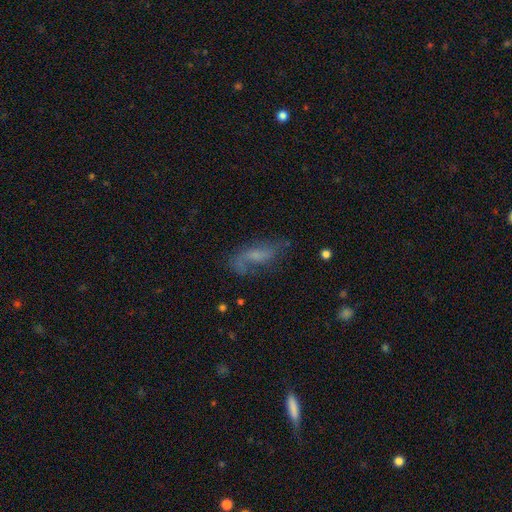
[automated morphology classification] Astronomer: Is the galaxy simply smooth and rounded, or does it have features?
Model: featured or disk — 58%.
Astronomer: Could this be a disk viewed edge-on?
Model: no — 90%.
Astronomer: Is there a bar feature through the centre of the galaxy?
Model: no — 54% (runner-up: weak, 36%).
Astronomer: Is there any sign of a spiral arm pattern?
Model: yes — 81%.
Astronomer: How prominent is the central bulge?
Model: small — 41% (runner-up: none, 30%).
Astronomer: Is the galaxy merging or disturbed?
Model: none — 54%.